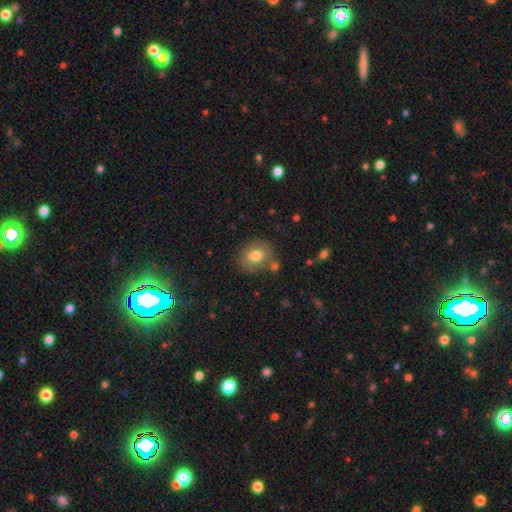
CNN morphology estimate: This is likely a smooth galaxy (73%). How rounded: likely round (69%). Merging: likely none (72%).